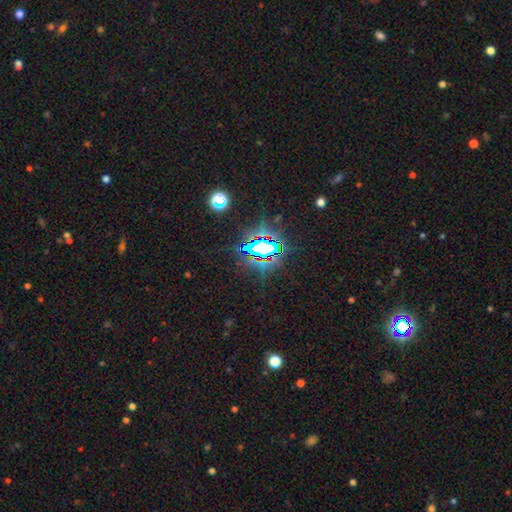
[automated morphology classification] Smooth or featured?
  - star or artifact: 76% *
  - smooth: 14%
  - featured or disk: 10%